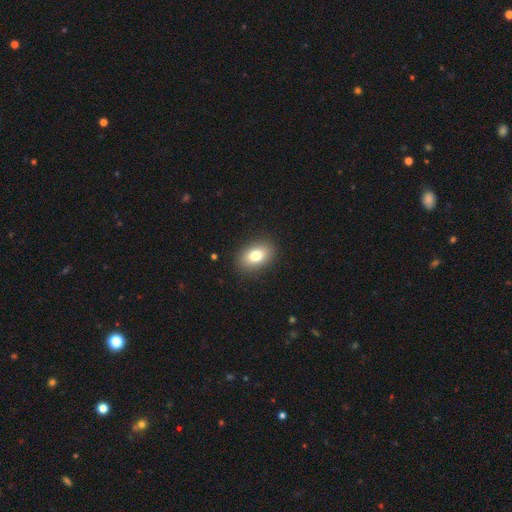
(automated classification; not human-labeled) Q: Smooth or featured?
A: smooth (80%); runner-up: featured or disk (11%)
Q: How rounded?
A: in between (83%); runner-up: round (15%)
Q: Merging?
A: none (89%); runner-up: minor disturbance (8%)